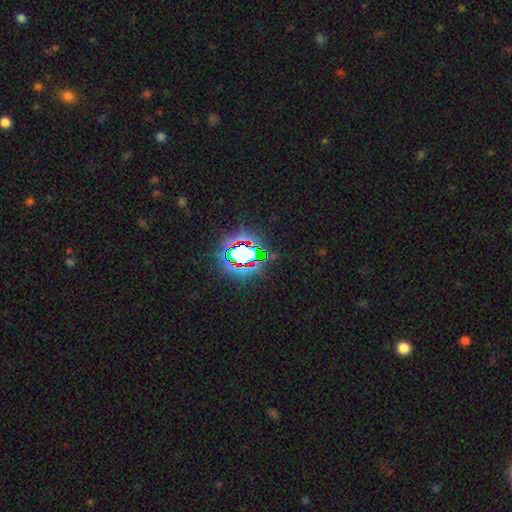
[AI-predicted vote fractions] The model was most divided on "smooth or featured": star or artifact: 80%, smooth: 12%, featured or disk: 8%.